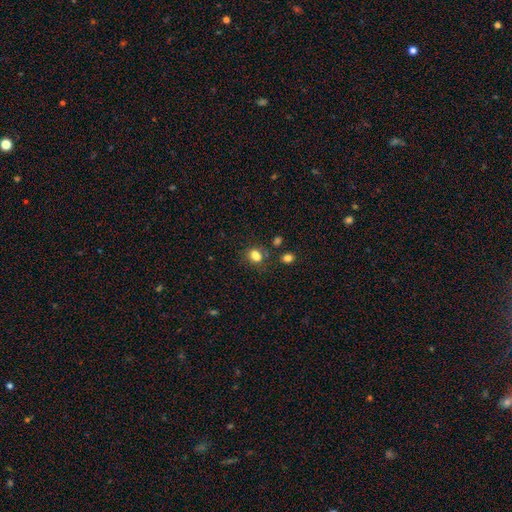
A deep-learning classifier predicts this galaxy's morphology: smooth 80%, star or artifact 14%, featured or disk 6%. Down the decision tree: how rounded — in between (57%); merging — none (69%).